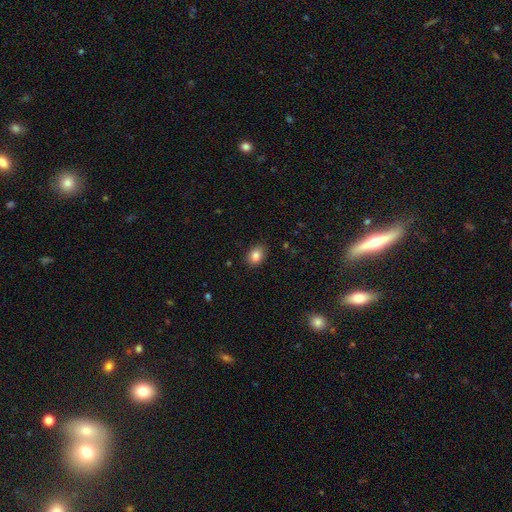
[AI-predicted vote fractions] Smooth or featured? Predicted: smooth (p=0.86). How rounded? Predicted: in between (p=0.69). Merging? Predicted: none (p=0.86).